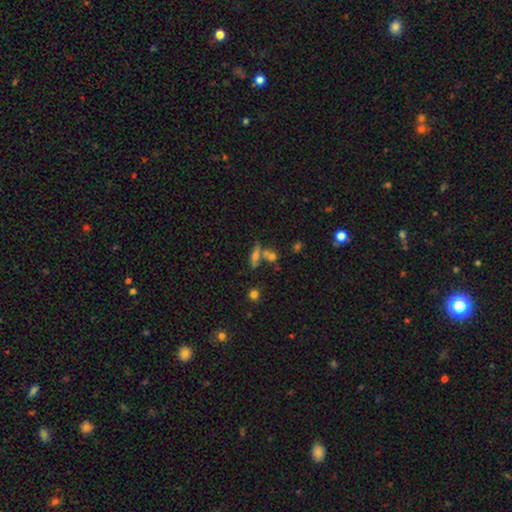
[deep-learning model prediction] A smooth galaxy with no disk features (42%). Merging: none (46%).